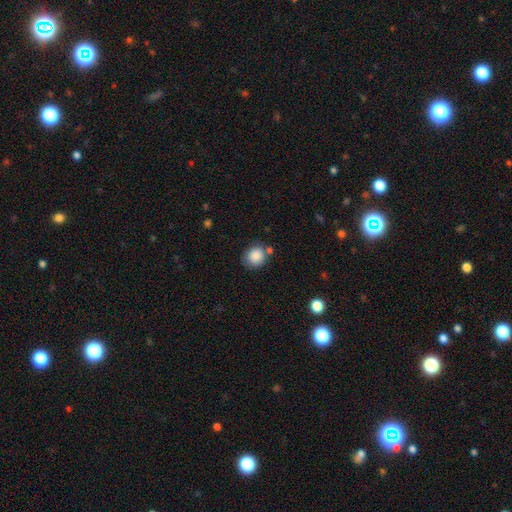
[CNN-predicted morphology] A smooth galaxy with no disk features (86%) that is round (81%).

Vote fractions:
- Smooth or featured? smooth: 86% / star or artifact: 9% / featured or disk: 5%
- How rounded? round: 81% / in between: 18% / cigar-shaped: 1%
- Merging? none: 71% / minor disturbance: 15% / merger: 9% / major disturbance: 4%